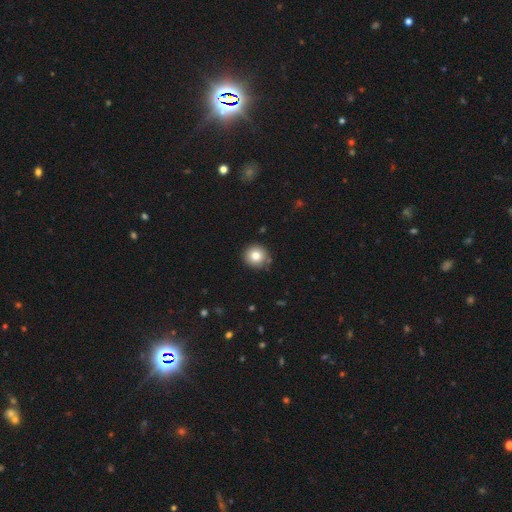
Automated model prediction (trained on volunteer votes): This appears to be a smooth galaxy with no disk features (81%) that is round (94%). Merging: none (87%).